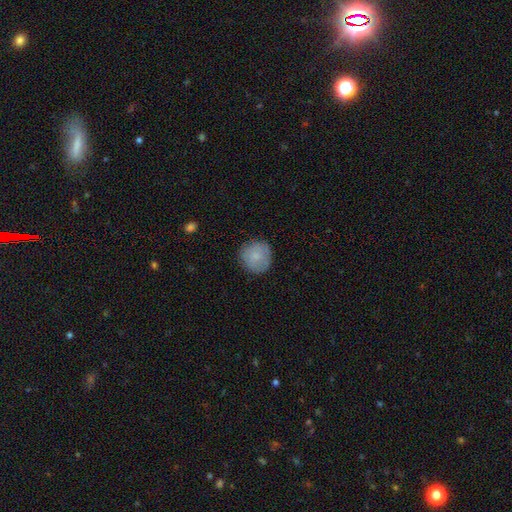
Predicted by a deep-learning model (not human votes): smooth-or-featured: smooth: 83% | featured or disk: 10% | star or artifact: 7%
  how-rounded: round: 92% | in between: 7% | cigar-shaped: 1%
  merging: none: 83% | minor disturbance: 13% | major disturbance: 3% | merger: 1%